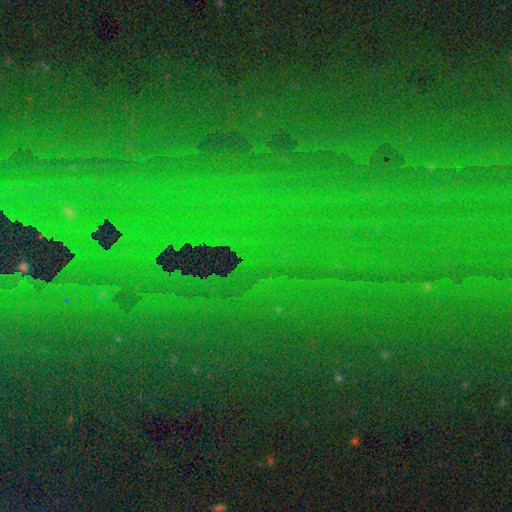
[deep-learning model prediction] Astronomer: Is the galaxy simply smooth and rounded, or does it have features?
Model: star or artifact — 80%.